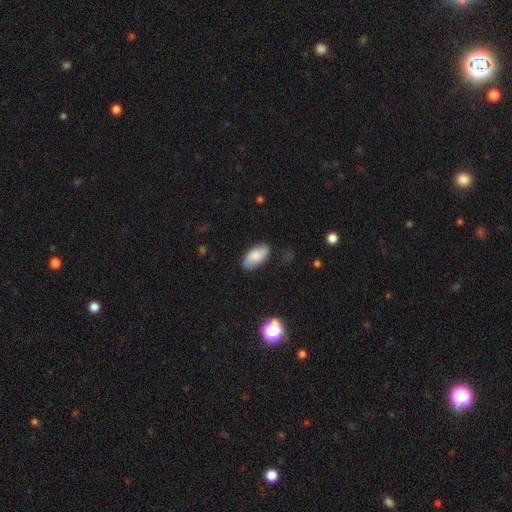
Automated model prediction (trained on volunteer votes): smooth 75%, featured or disk 17%, star or artifact 8%. Down the decision tree: how rounded — in between (93%); merging — none (82%).